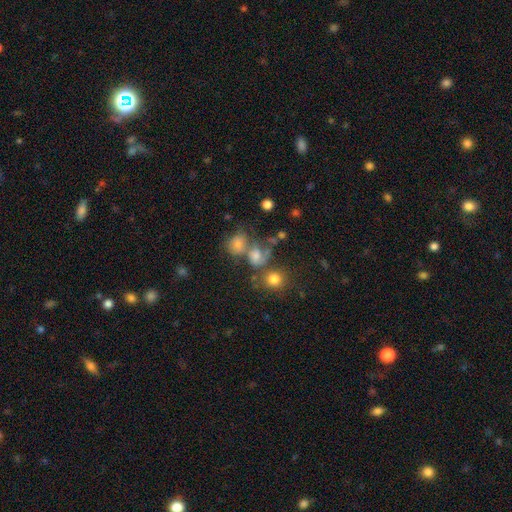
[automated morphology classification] Smooth or featured? smooth (57%)
How rounded? round (74%)
Merging? none (47%)